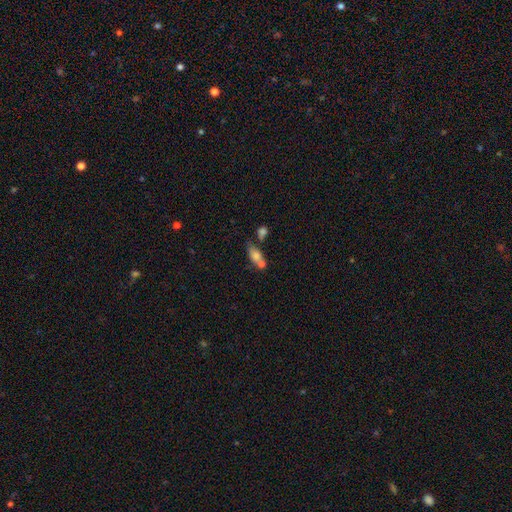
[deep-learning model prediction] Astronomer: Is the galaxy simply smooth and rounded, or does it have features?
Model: smooth — 70%.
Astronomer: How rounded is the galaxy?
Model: in between — 71%.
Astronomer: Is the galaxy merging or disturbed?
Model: merger — 45% (runner-up: none, 30%).